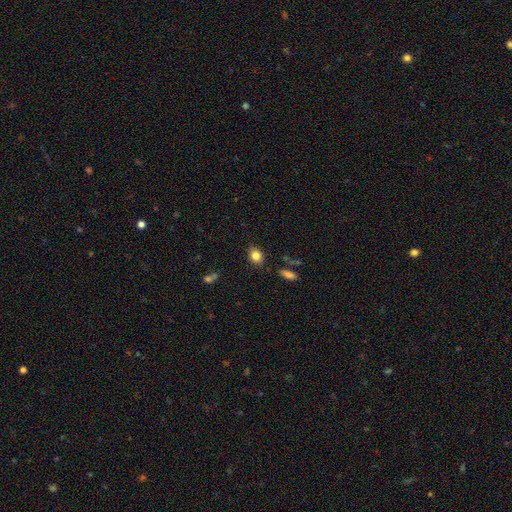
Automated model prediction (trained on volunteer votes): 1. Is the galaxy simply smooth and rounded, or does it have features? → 83% smooth, 10% star or artifact, 8% featured or disk.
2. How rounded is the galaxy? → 59% in between, 40% round, 2% cigar-shaped.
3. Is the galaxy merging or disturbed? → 83% none, 12% minor disturbance, 3% major disturbance, 2% merger.